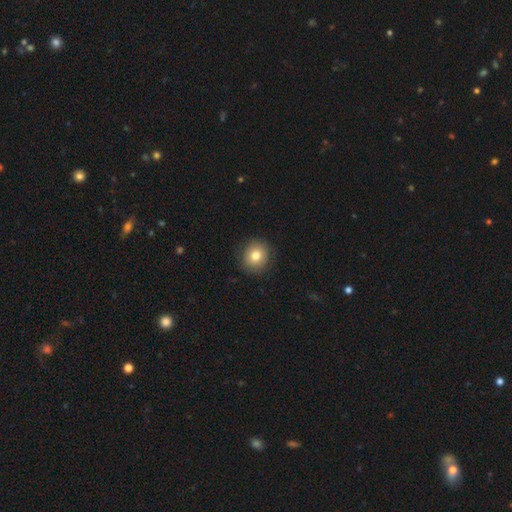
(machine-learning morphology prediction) type=smooth (79%); roundness=round (84%); merging=none (88%).